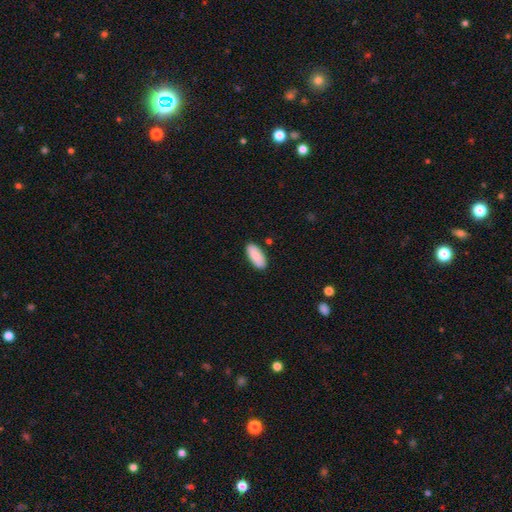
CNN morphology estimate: Smooth or featured: smooth — 87% (featured or disk — 7%)
How rounded: in between — 89% (cigar-shaped — 9%)
Merging: none — 86% (minor disturbance — 10%)